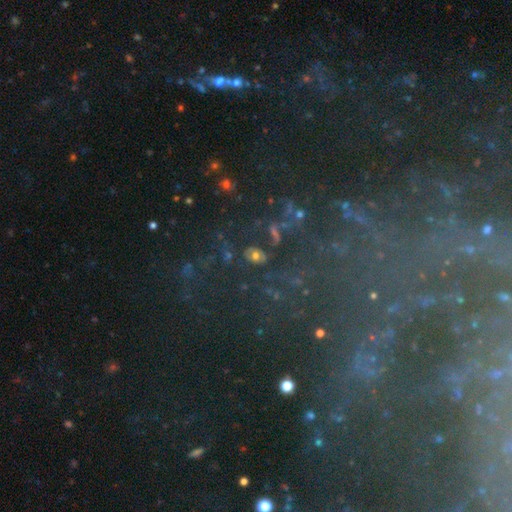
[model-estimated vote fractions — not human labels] smooth 43%, star or artifact 40%, featured or disk 17%. Down the decision tree: merging — none (64%).